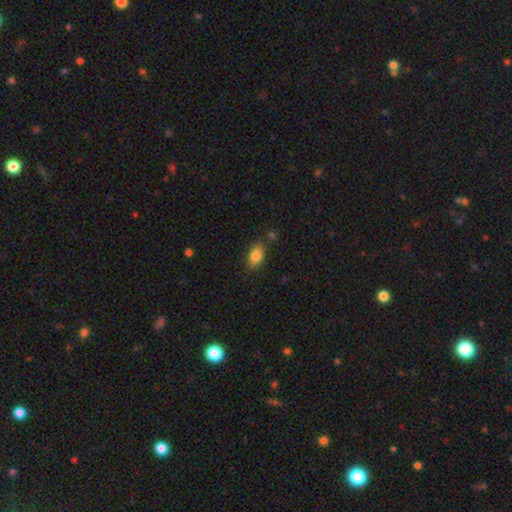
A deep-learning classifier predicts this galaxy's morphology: type=smooth (85%); roundness=in between (83%); merging=none (78%).